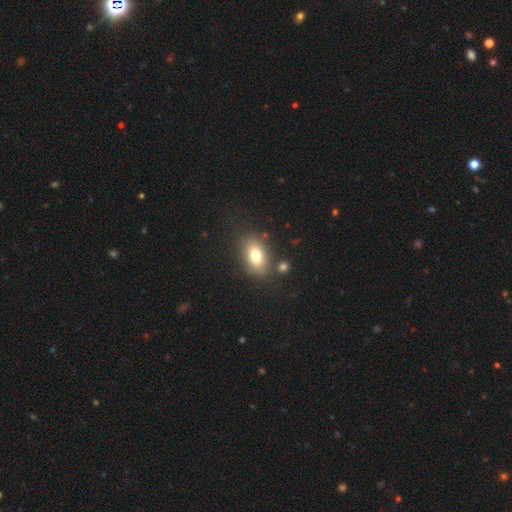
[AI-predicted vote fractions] Overall: smooth (76%). How rounded: in between (84%). Merging: none (77%).